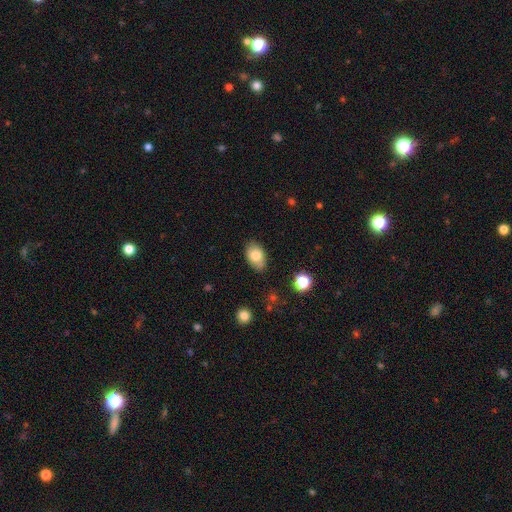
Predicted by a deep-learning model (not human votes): smooth 81%, featured or disk 11%, star or artifact 8%. Down the decision tree: how rounded — in between (89%); merging — none (80%).